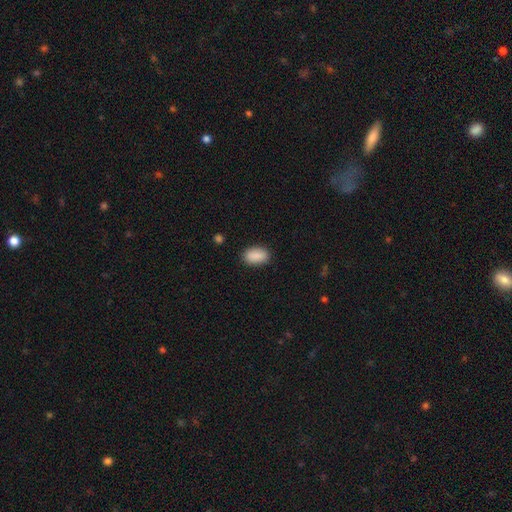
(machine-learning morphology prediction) This appears to be a smooth galaxy with no disk features (90%) that is in between round and cigar-shaped (91%). Merging: none (86%).